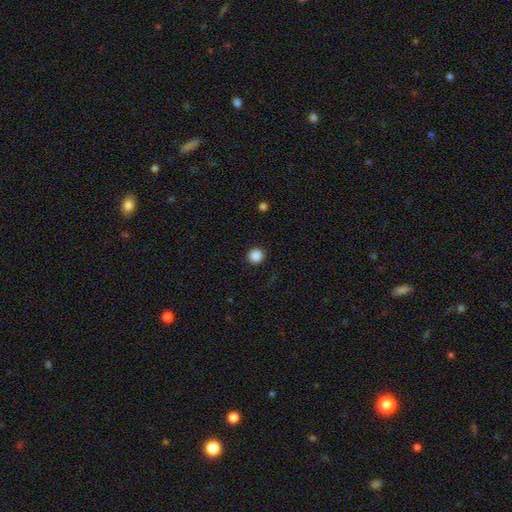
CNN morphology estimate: smooth 87%, star or artifact 10%, featured or disk 2%. Down the decision tree: how rounded — round (95%); merging — none (93%).